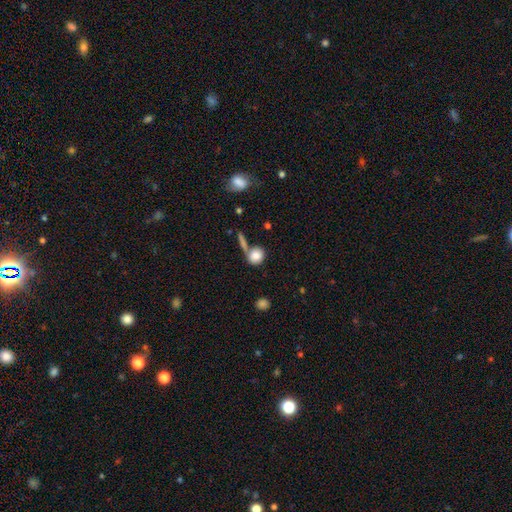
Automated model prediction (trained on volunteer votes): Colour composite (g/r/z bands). It shows a smooth galaxy with no disk features (80%) that is round (77%). Merging: none (54%).